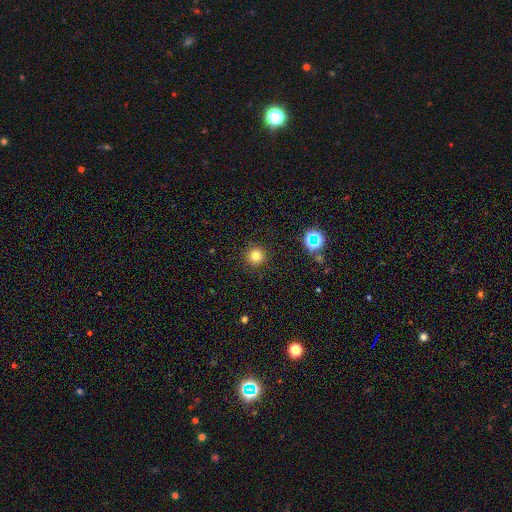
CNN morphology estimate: This is likely a smooth galaxy (78%). How rounded: clearly round (96%). Merging: clearly none (91%).